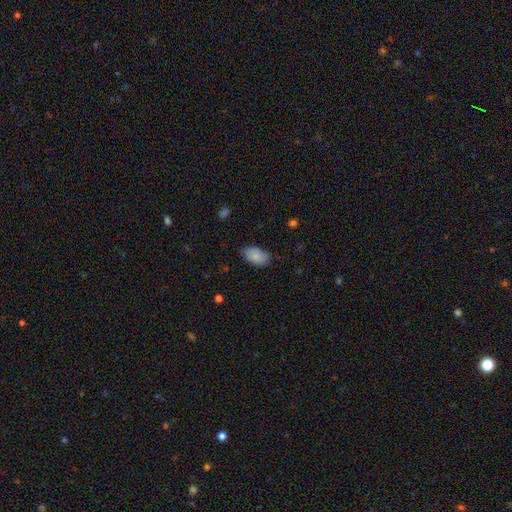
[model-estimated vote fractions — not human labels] smooth-or-featured: smooth: 84% | featured or disk: 9% | star or artifact: 7%
  how-rounded: in between: 92% | round: 6% | cigar-shaped: 1%
  merging: none: 77% | minor disturbance: 19% | major disturbance: 3% | merger: 1%